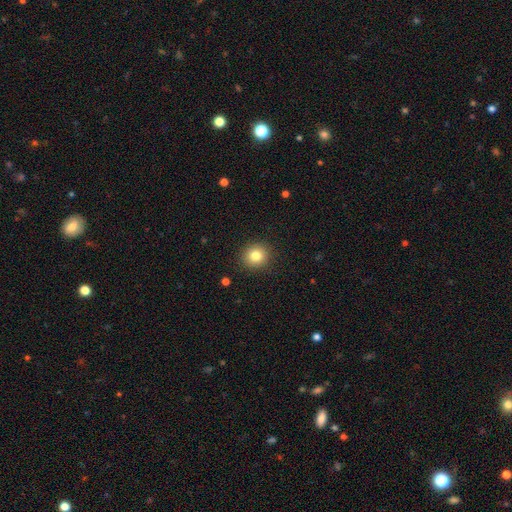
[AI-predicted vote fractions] smooth 82%, star or artifact 11%, featured or disk 8%. Down the decision tree: how rounded — round (86%); merging — none (91%).